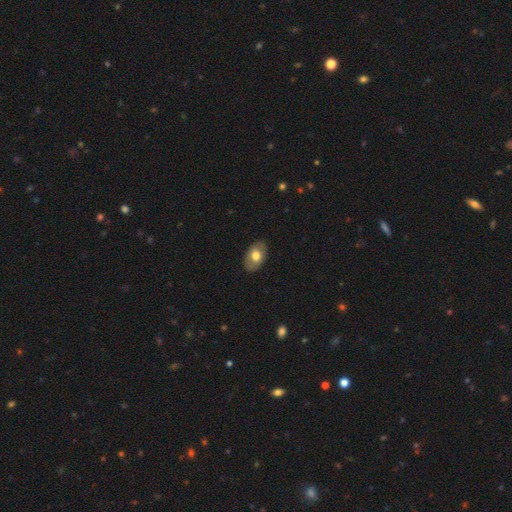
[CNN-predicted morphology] Smooth or featured? Predicted: smooth (p=0.64). How rounded? Predicted: in between (p=0.90). Merging? Predicted: none (p=0.85).